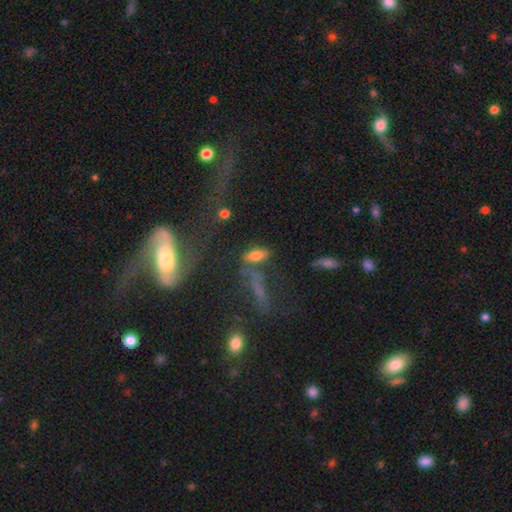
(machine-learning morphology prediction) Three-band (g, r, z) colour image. It shows a smooth galaxy with no disk features (69%) that is in between round and cigar-shaped (74%). Merging: none (60%).